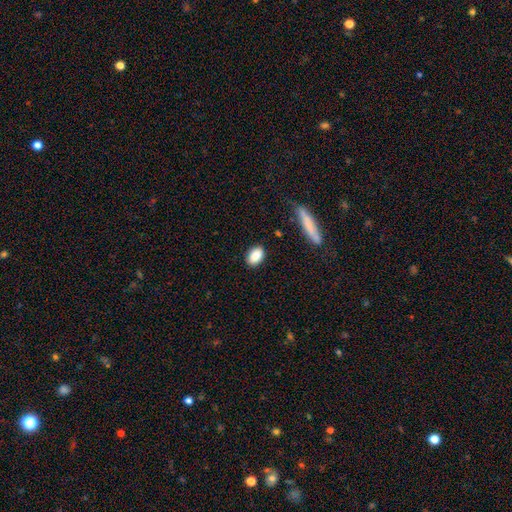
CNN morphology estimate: smooth 88%, star or artifact 7%, featured or disk 5%. Down the decision tree: how rounded — in between (86%); merging — none (85%).